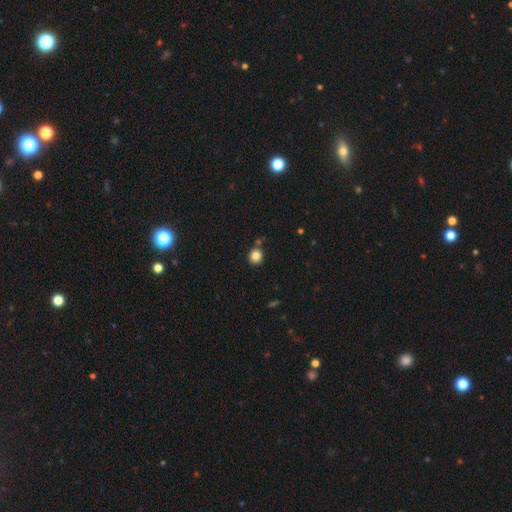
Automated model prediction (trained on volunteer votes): The model was most divided on "merging": none: 80%, minor disturbance: 10%, merger: 8%, major disturbance: 2%. More confident: how rounded — round (86%); smooth or featured — smooth (84%).